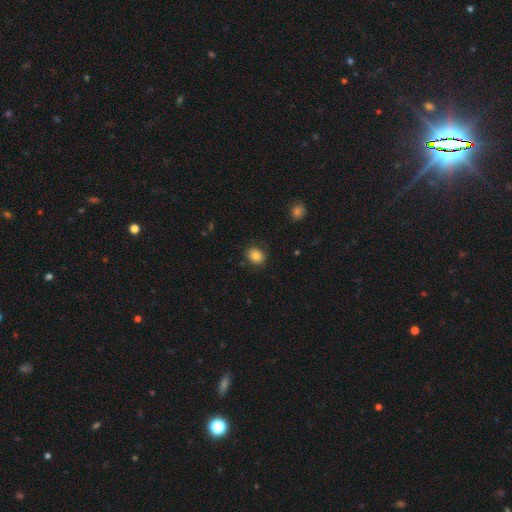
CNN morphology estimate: Smooth or featured? Predicted: smooth (p=0.82). How rounded? Predicted: round (p=0.59). Merging? Predicted: none (p=0.82).